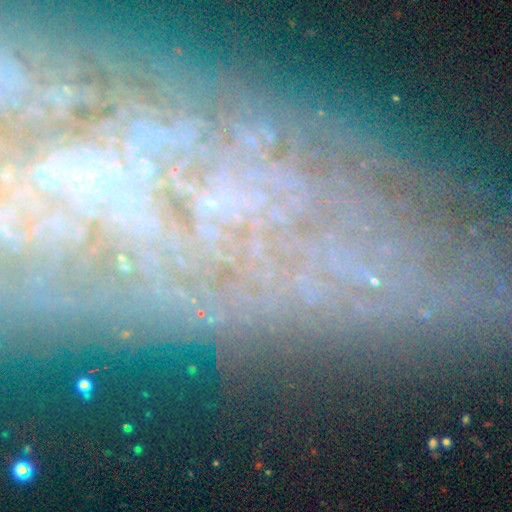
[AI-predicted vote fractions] star or artifact 47%, featured or disk 37%, smooth 15%.